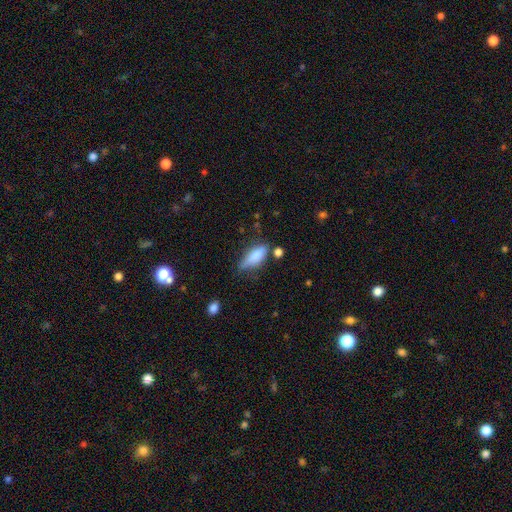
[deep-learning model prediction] The model was most divided on "merging": none: 50%, minor disturbance: 33%, major disturbance: 11%, merger: 6%. More confident: smooth or featured — smooth (73%); how rounded — in between (64%).